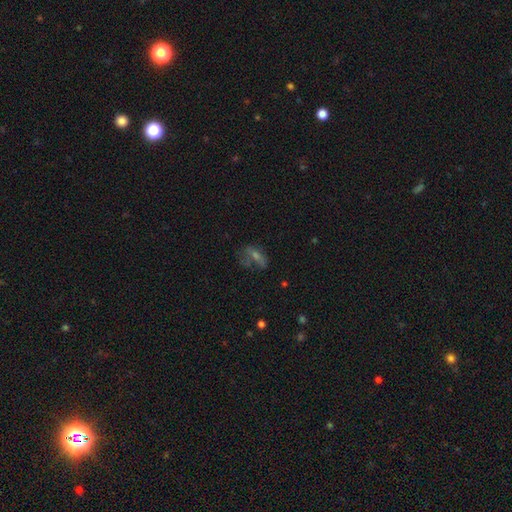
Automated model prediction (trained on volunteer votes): Smooth or featured? Predicted: featured or disk (p=0.37). Merging? Predicted: none (p=0.46).